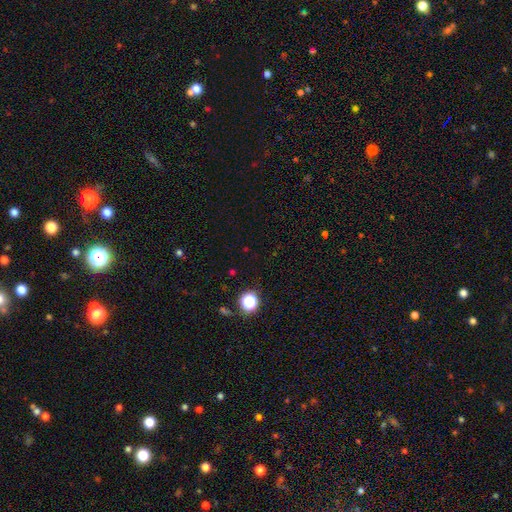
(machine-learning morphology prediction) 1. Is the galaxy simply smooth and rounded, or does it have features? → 60% star or artifact, 33% smooth, 7% featured or disk.